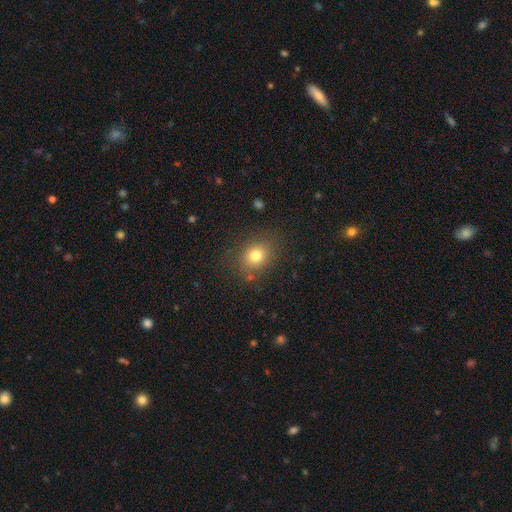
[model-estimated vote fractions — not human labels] smooth 77%, star or artifact 13%, featured or disk 10%. Down the decision tree: how rounded — round (63%); merging — none (82%).